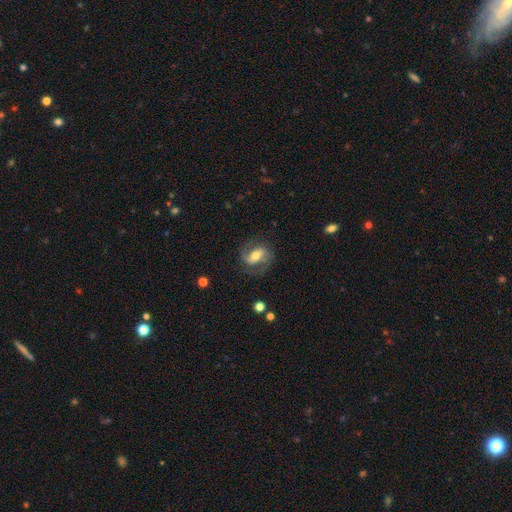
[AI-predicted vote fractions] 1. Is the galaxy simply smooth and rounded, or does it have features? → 69% featured or disk, 24% smooth, 7% star or artifact.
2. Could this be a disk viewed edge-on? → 95% no, 5% yes.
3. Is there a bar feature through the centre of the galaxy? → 43% strong, 35% weak, 22% no.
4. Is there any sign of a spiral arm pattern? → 86% yes, 14% no.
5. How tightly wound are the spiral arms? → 50% medium, 26% tight, 24% loose.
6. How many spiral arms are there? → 85% 2, 7% can't tell, 5% 1, 1% 3, 1% 4, 1% more than 4.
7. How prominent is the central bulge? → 66% moderate, 20% small, 12% large, 1% dominant, 1% none.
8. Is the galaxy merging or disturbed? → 72% none, 16% minor disturbance, 11% major disturbance, 1% merger.